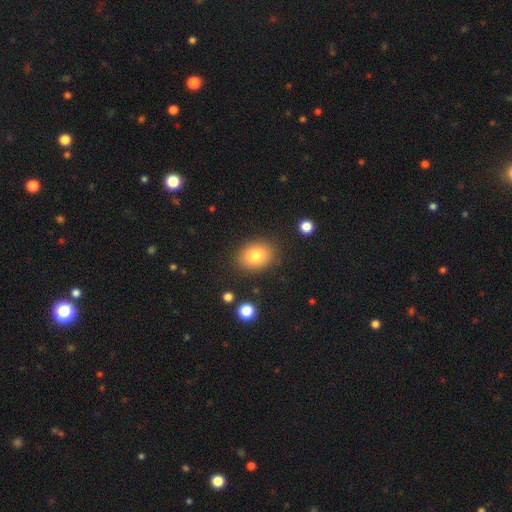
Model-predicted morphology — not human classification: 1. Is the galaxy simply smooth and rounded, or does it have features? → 80% smooth, 10% featured or disk, 10% star or artifact.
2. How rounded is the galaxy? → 61% in between, 38% round, 1% cigar-shaped.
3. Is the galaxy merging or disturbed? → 86% none, 10% minor disturbance, 3% major disturbance, 2% merger.